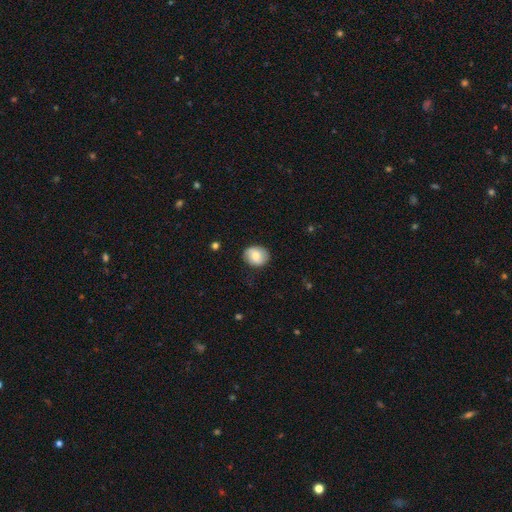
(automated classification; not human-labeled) A smooth galaxy with no disk features (69%) that is round (62%). Merging: none (81%).